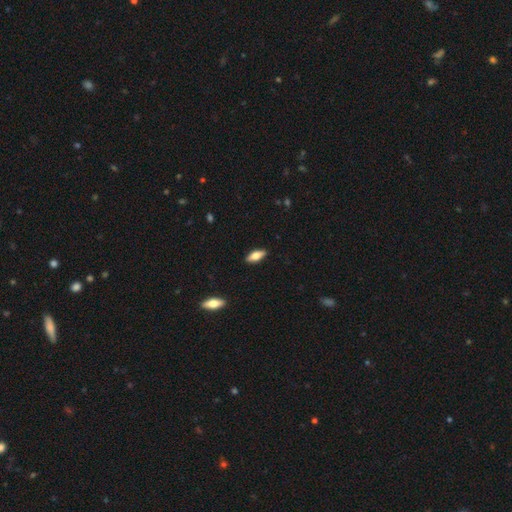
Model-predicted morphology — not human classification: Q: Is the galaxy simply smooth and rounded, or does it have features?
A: smooth — 66%.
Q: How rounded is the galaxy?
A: in between — 74%.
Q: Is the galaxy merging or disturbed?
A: none — 89%.